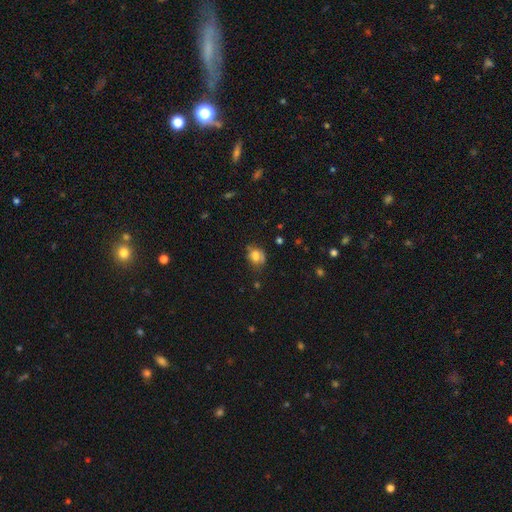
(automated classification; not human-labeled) This appears to be a smooth galaxy with no disk features (61%) that is round (52%). Merging: none (51%).